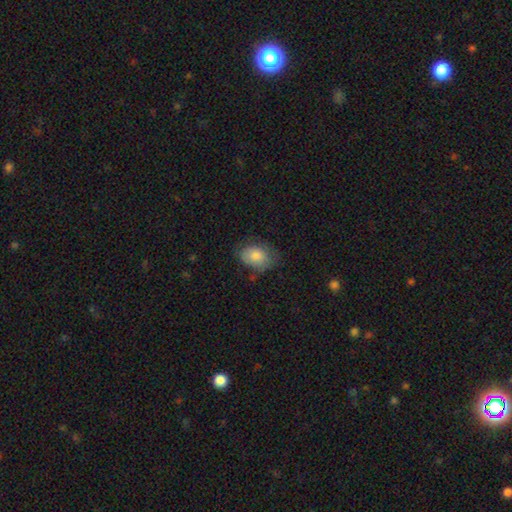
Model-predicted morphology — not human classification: Overall: smooth (80%). How rounded: in between (81%). Merging: none (62%; minor disturbance 27%).